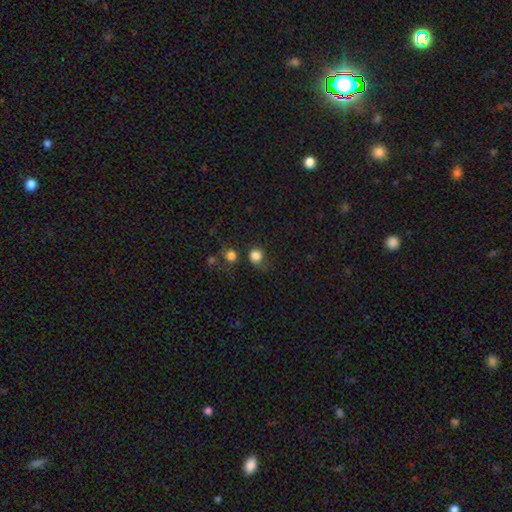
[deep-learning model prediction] The model was most divided on "merging": none: 58%, minor disturbance: 18%, major disturbance: 13%, merger: 12%. More confident: how rounded — round (88%); smooth or featured — smooth (82%).